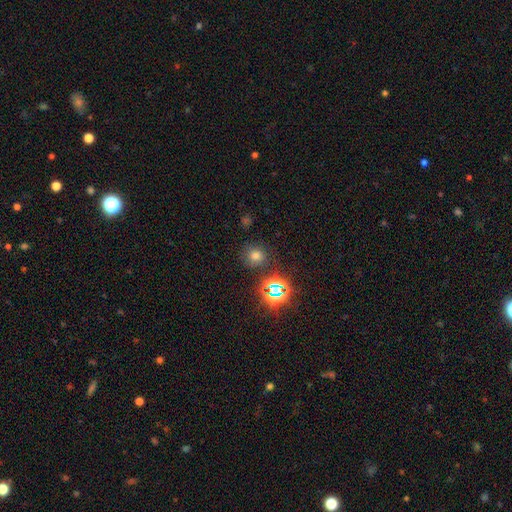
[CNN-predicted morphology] Q: Smooth or featured?
A: smooth (66%); runner-up: star or artifact (27%)
Q: How rounded?
A: round (88%); runner-up: in between (11%)
Q: Merging?
A: none (81%); runner-up: minor disturbance (11%)